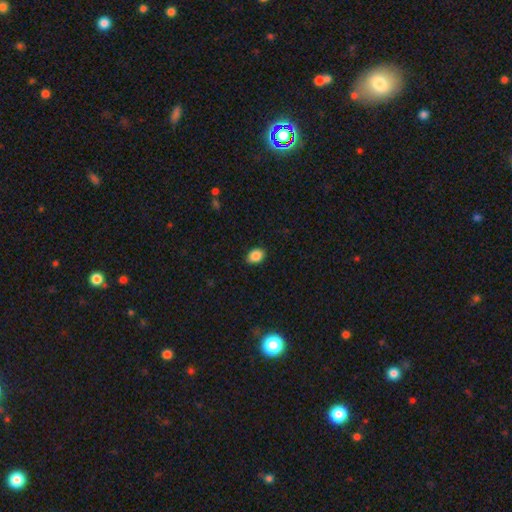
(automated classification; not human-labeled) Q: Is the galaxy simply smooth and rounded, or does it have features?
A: smooth — 87%.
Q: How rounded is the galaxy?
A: in between — 73%.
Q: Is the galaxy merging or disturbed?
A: none — 88%.